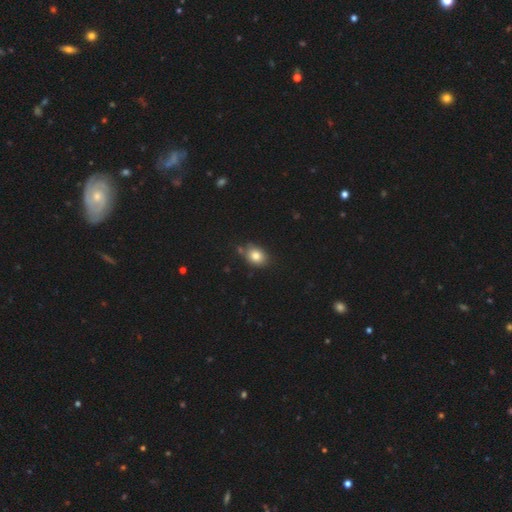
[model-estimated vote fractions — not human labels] smooth-or-featured: smooth: 82% | star or artifact: 10% | featured or disk: 8%
  how-rounded: in between: 64% | round: 35% | cigar-shaped: 1%
  merging: none: 75% | minor disturbance: 16% | merger: 6% | major disturbance: 3%